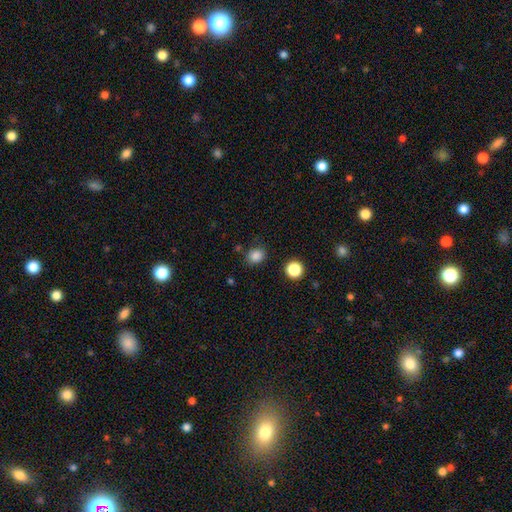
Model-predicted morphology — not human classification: smooth 84%, star or artifact 12%, featured or disk 4%. Down the decision tree: how rounded — round (64%); merging — none (80%).